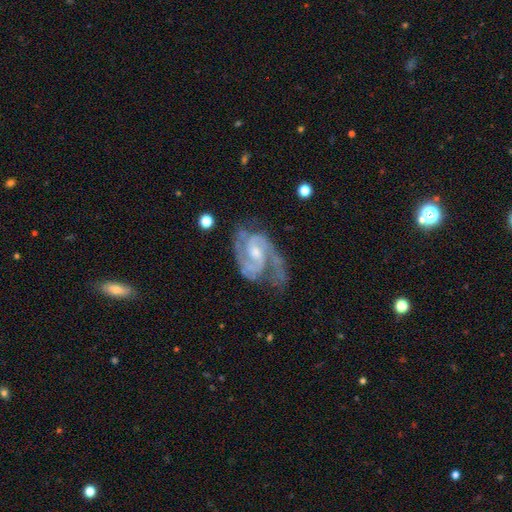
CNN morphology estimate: smooth-or-featured: featured or disk: 90% | star or artifact: 6% | smooth: 4%
  disk-edge-on: no: 97% | yes: 3%
    bar: weak: 48% | no: 34% | strong: 17%
    has-spiral-arms: yes: 98% | no: 2%
      spiral-winding: medium: 54% | tight: 35% | loose: 11%
      spiral-arm-count: 2: 85% | 3: 6% | can't tell: 4% | 1: 2% | 4: 2% | more than 4: 2%
    bulge-size: small: 46% | moderate: 44% | none: 6% | large: 3% | dominant: 1%
  merging: none: 67% | minor disturbance: 20% | major disturbance: 11% | merger: 2%